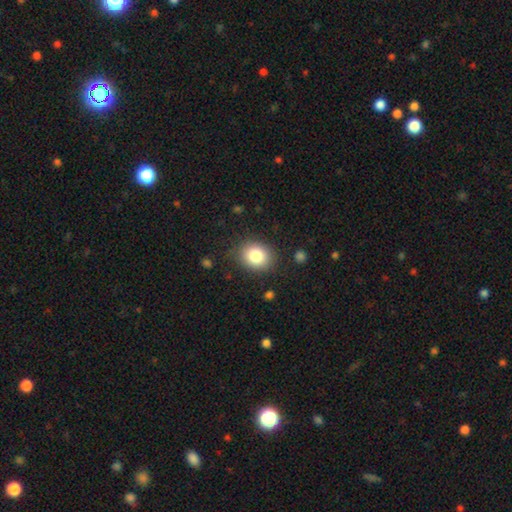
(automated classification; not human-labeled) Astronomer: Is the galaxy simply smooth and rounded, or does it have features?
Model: smooth — 83%.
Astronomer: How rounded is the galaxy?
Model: round — 61% (runner-up: in between, 38%).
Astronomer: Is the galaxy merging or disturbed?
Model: none — 85%.